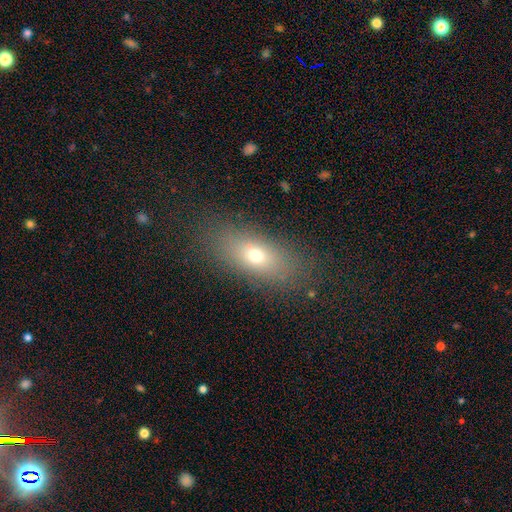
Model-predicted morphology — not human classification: smooth-or-featured: smooth: 66% | featured or disk: 20% | star or artifact: 14%
  how-rounded: in between: 72% | cigar-shaped: 18% | round: 10%
  merging: none: 83% | minor disturbance: 10% | major disturbance: 5% | merger: 1%